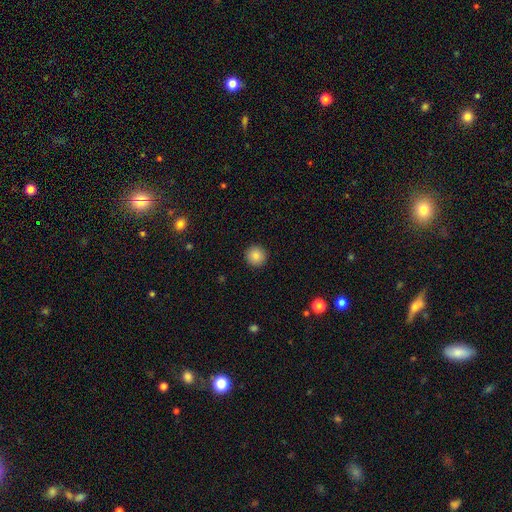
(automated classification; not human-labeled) A smooth galaxy with no disk features (85%) that is round (95%).

Vote fractions:
- Smooth or featured? smooth: 85% / star or artifact: 10% / featured or disk: 5%
- How rounded? round: 95% / in between: 4% / cigar-shaped: 1%
- Merging? none: 93% / minor disturbance: 5% / major disturbance: 2% / merger: 1%